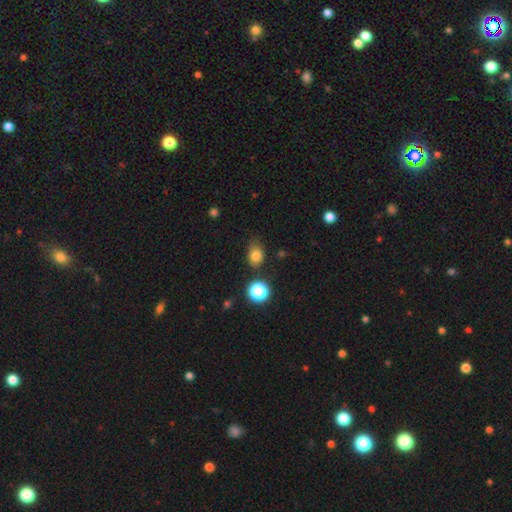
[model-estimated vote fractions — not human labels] smooth 79%, star or artifact 14%, featured or disk 7%. Down the decision tree: how rounded — in between (55%); merging — none (65%).